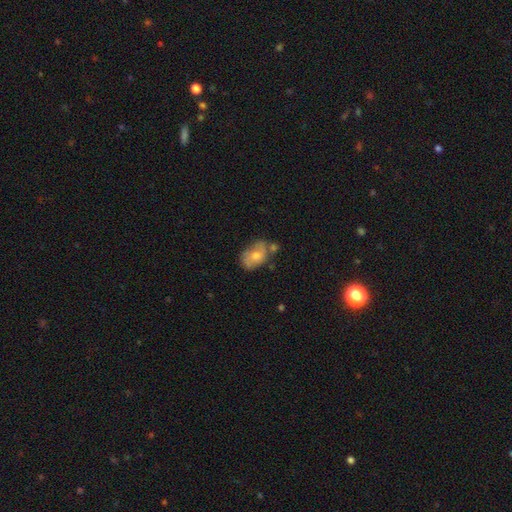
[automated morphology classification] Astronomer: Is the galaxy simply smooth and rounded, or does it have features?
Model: smooth — 56% (runner-up: featured or disk, 36%).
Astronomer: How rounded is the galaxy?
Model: in between — 80%.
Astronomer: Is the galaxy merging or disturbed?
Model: none — 43% (runner-up: minor disturbance, 27%).